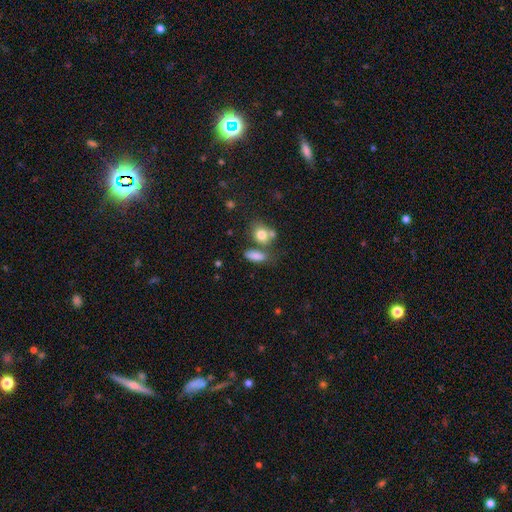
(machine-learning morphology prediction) smooth_or_featured: smooth (p=0.81) [alt: star or artifact p=0.09]
how_rounded: in between (p=0.71) [alt: cigar-shaped p=0.17]
merging: none (p=0.55) [alt: merger p=0.22]